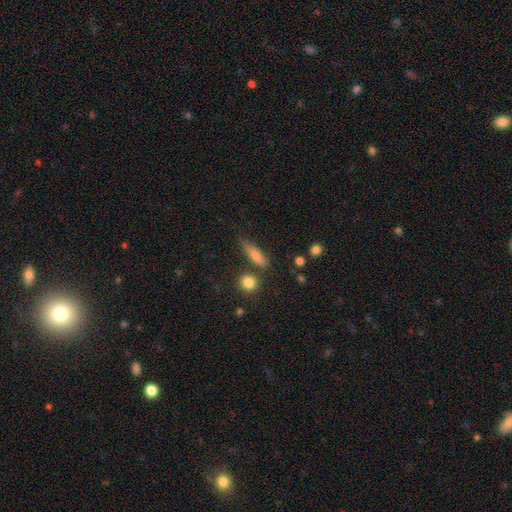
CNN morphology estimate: Smooth or featured? Predicted: smooth (p=0.71). How rounded? Predicted: cigar-shaped (p=0.65). Merging? Predicted: none (p=0.67).